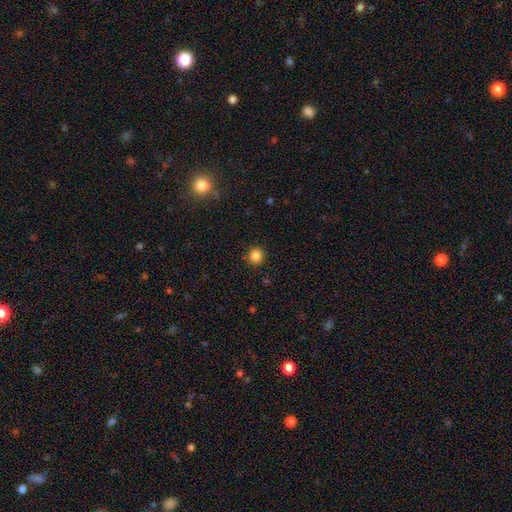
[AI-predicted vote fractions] smooth 85%, star or artifact 12%, featured or disk 4%. Down the decision tree: how rounded — round (90%); merging — none (91%).